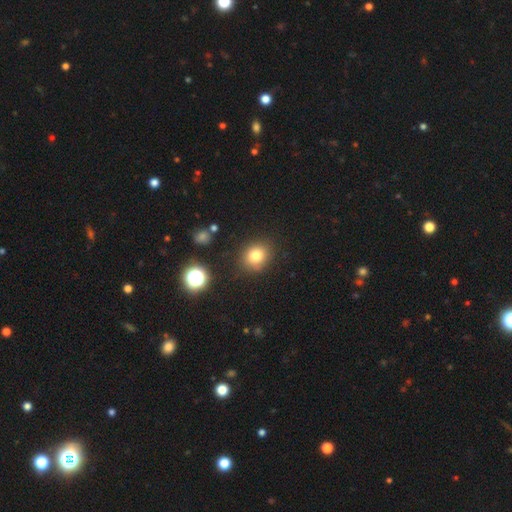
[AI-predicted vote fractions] Smooth or featured? smooth (79%)
How rounded? round (73%)
Merging? none (84%)